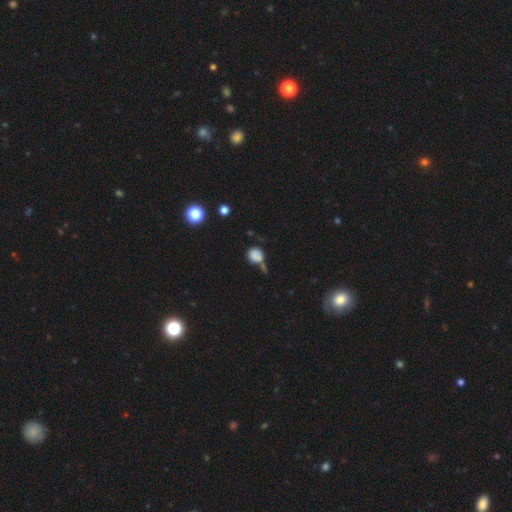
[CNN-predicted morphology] This appears to be a smooth galaxy with no disk features (81%) that is round (85%). Merging: none (46%).